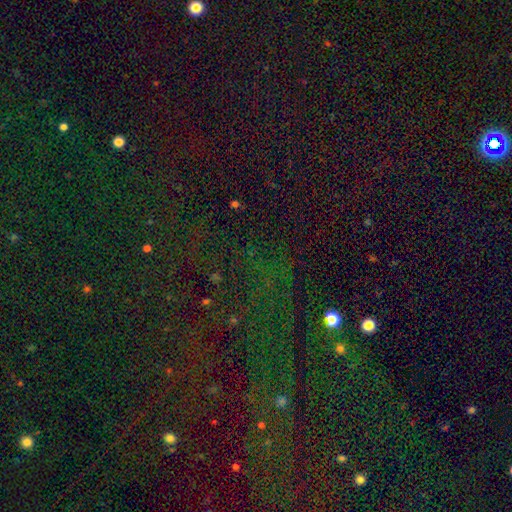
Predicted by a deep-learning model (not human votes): Overall: star or artifact (80%).